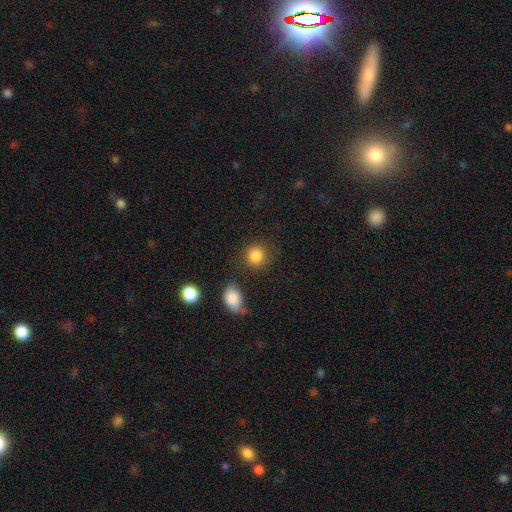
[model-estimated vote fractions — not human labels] A smooth galaxy with no disk features (86%) that is round (85%).

Vote fractions:
- Smooth or featured? smooth: 86% / star or artifact: 10% / featured or disk: 4%
- How rounded? round: 85% / in between: 14% / cigar-shaped: 1%
- Merging? none: 78% / minor disturbance: 11% / merger: 6% / major disturbance: 5%